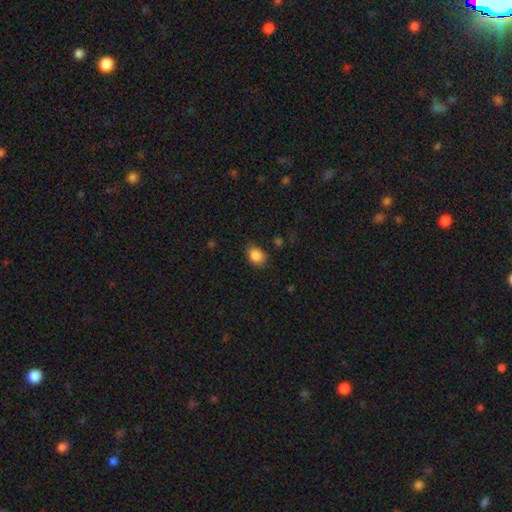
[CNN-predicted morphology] The model was most divided on "how rounded": in between: 55%, round: 44%, cigar-shaped: 1%. More confident: smooth or featured — smooth (86%); merging — none (72%).